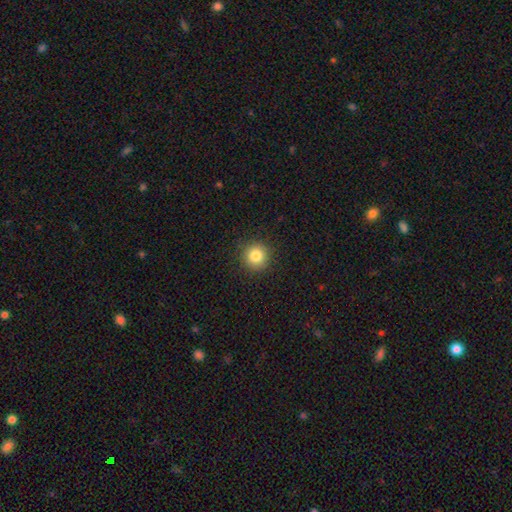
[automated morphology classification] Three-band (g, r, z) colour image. It shows a smooth galaxy with no disk features (83%) that is round (95%). Merging: none (91%).